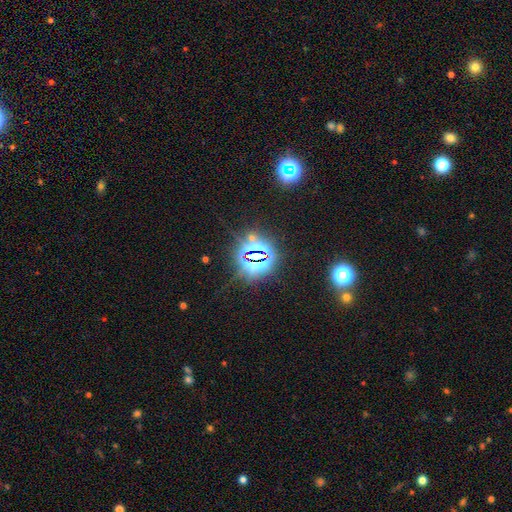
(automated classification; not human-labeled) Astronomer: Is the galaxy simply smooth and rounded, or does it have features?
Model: star or artifact — 81%.